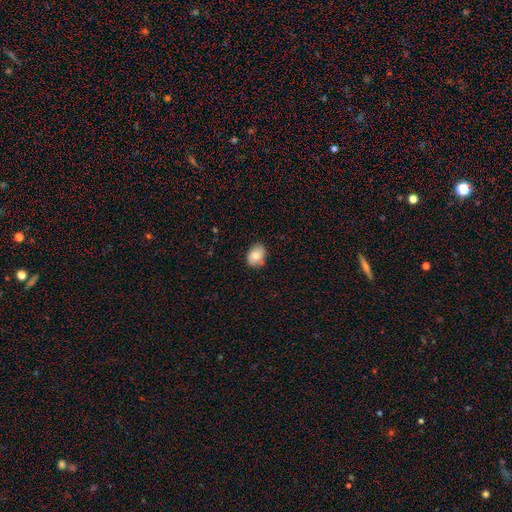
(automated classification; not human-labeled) Smooth or featured? Predicted: smooth (p=0.81). How rounded? Predicted: in between (p=0.65). Merging? Predicted: none (p=0.80).